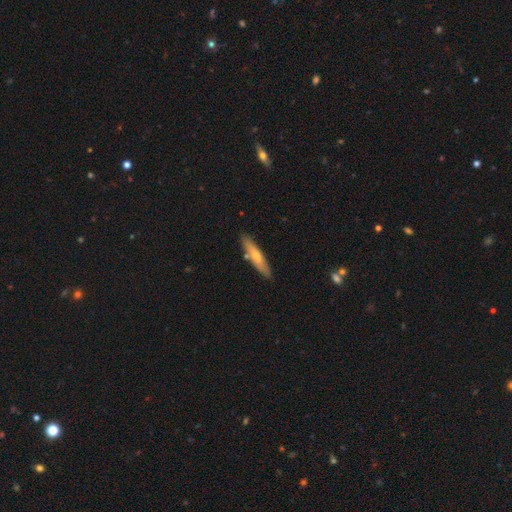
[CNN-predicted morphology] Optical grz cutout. It shows a smooth galaxy with no disk features (60%) that is cigar-shaped (83%). Merging: none (82%).